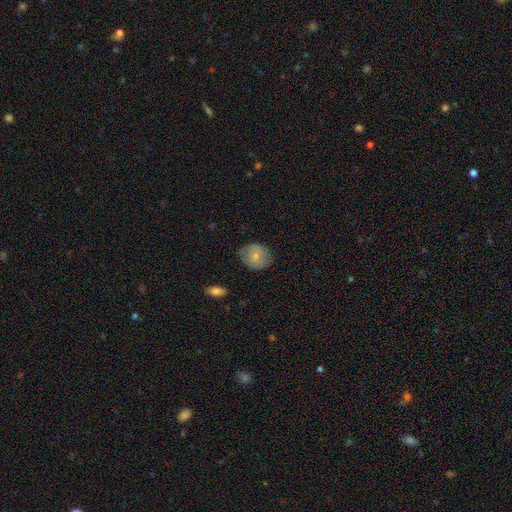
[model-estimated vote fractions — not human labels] Smooth or featured? Predicted: smooth (p=0.70). How rounded? Predicted: round (p=0.62). Merging? Predicted: none (p=0.69).